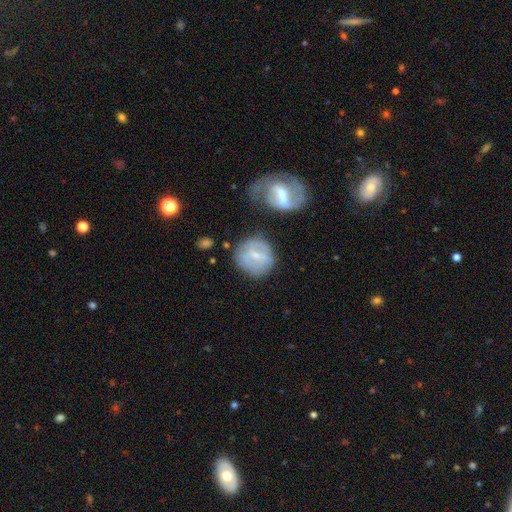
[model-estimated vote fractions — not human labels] This appears to be a featured or disk galaxy (48%). Merging: none (65%).